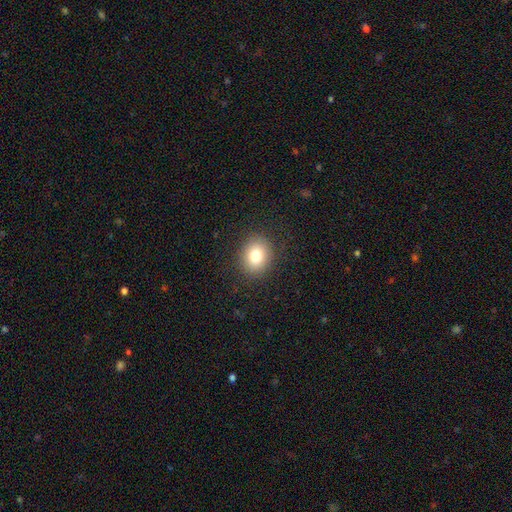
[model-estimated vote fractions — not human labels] Q: Smooth or featured?
A: smooth (79%); runner-up: star or artifact (11%)
Q: How rounded?
A: round (62%); runner-up: in between (37%)
Q: Merging?
A: none (89%); runner-up: minor disturbance (8%)